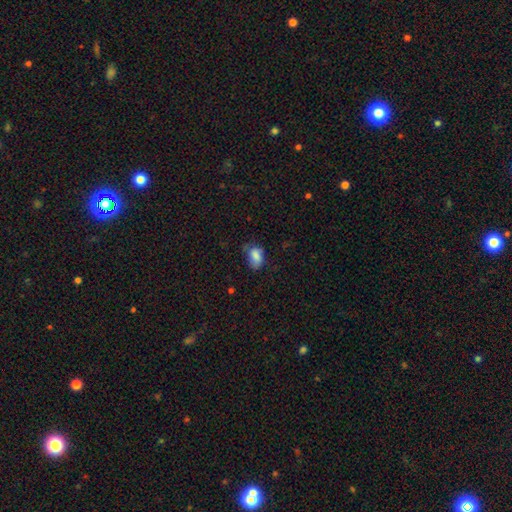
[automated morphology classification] smooth 80%, featured or disk 11%, star or artifact 9%. Down the decision tree: how rounded — in between (83%); merging — none (42%).